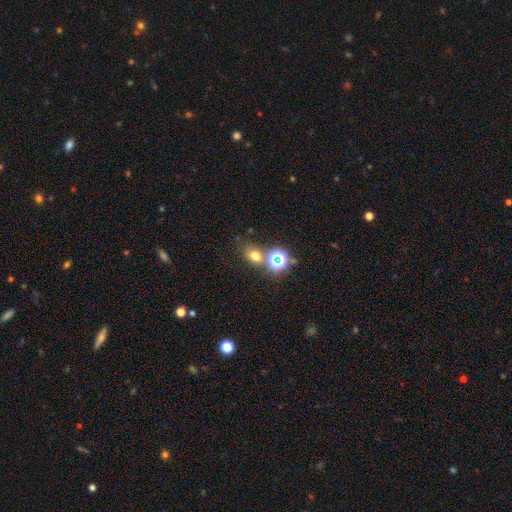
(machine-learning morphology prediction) This is likely a smooth galaxy (63%). How rounded: possibly round (54%). Merging: likely none (66%).